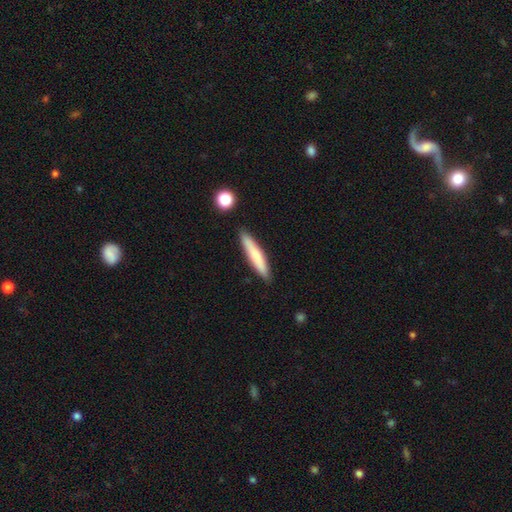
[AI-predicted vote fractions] Smooth or featured? smooth (71%)
How rounded? cigar-shaped (91%)
Merging? none (88%)